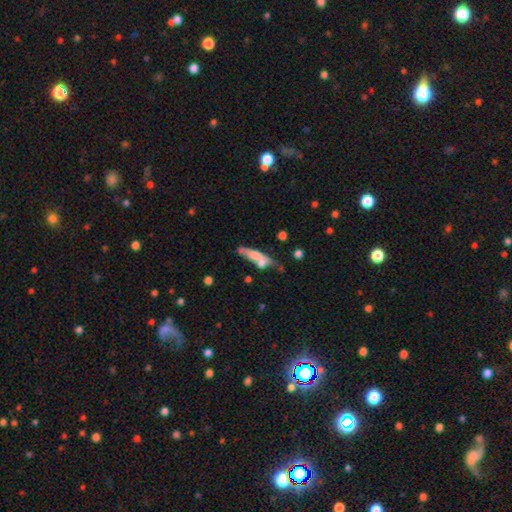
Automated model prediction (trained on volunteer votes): Q: Smooth or featured?
A: smooth (58%); runner-up: featured or disk (34%)
Q: How rounded?
A: cigar-shaped (74%); runner-up: in between (23%)
Q: Merging?
A: none (46%); runner-up: merger (23%)